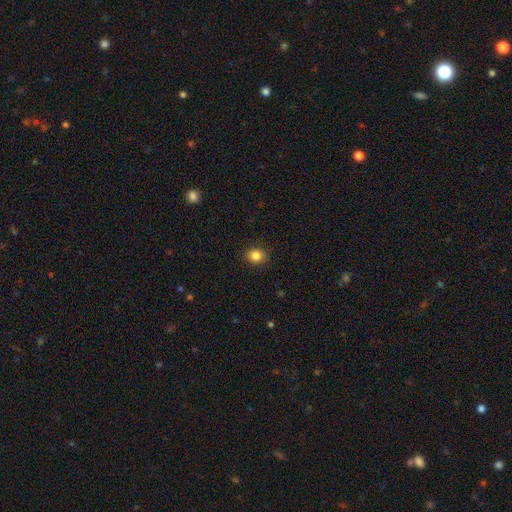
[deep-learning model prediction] Smooth or featured? smooth (85%)
How rounded? round (72%)
Merging? none (90%)